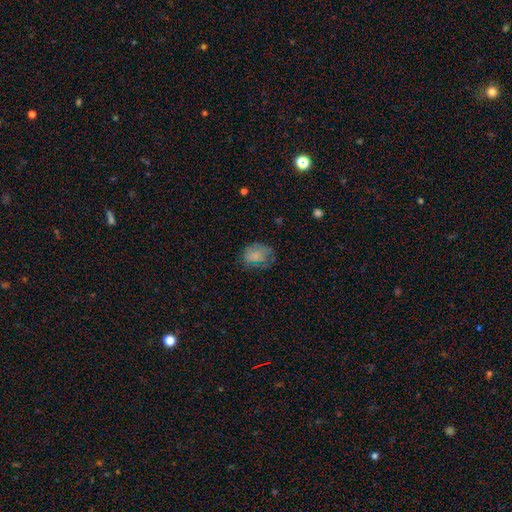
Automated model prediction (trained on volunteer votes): A smooth galaxy with no disk features (68%) that is in between round and cigar-shaped (58%).

Vote fractions:
- Smooth or featured? smooth: 68% / featured or disk: 20% / star or artifact: 12%
- How rounded? in between: 58% / round: 41% / cigar-shaped: 1%
- Merging? none: 59% / minor disturbance: 25% / major disturbance: 14% / merger: 2%